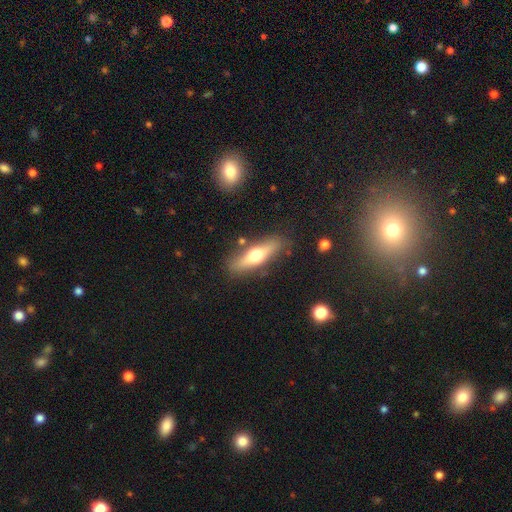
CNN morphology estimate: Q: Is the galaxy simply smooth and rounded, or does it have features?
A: featured or disk — 48%.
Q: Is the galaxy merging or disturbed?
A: none — 82%.